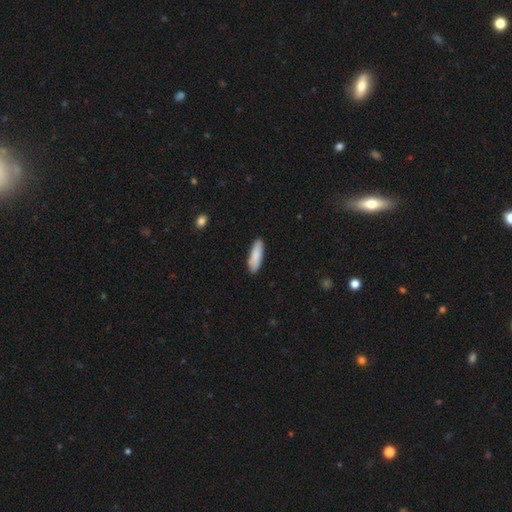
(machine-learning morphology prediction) smooth-or-featured: smooth: 87% | featured or disk: 8% | star or artifact: 5%
  how-rounded: cigar-shaped: 56% | in between: 43% | round: 2%
  merging: none: 88% | minor disturbance: 9% | major disturbance: 2% | merger: 1%